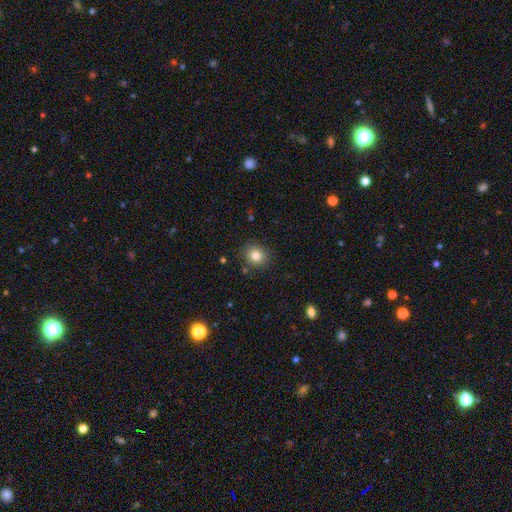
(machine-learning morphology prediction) type=smooth (81%); roundness=round (77%); merging=none (87%).